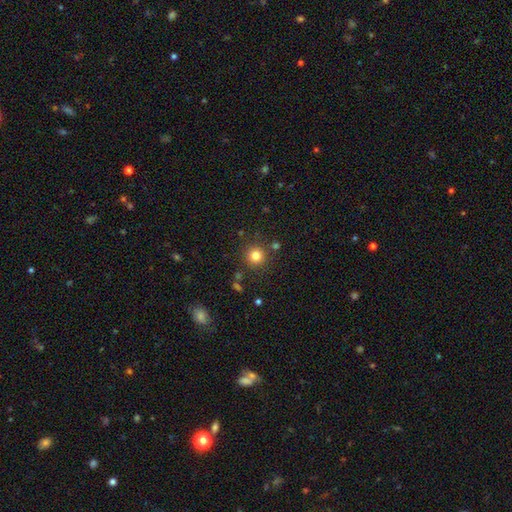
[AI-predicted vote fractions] A smooth galaxy with no disk features (81%) that is round (94%). Merging: none (86%).